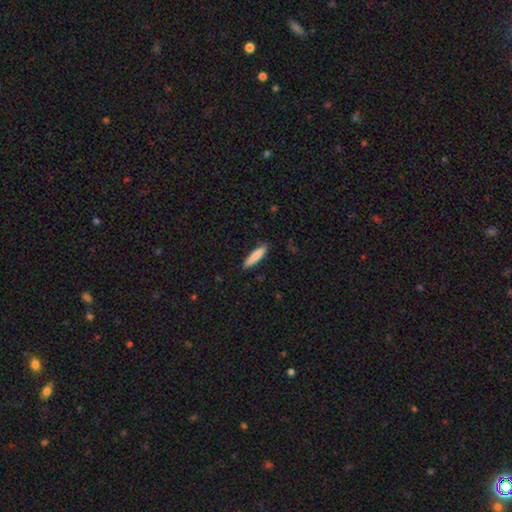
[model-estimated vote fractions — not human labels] Overall: smooth (84%). How rounded: cigar-shaped (84%). Merging: none (87%).